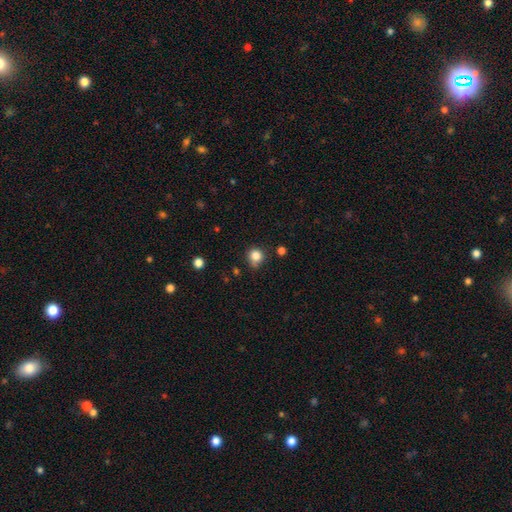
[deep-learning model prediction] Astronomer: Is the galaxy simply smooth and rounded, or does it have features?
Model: smooth — 83%.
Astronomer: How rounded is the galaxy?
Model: round — 86%.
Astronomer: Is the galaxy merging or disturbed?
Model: none — 70%.